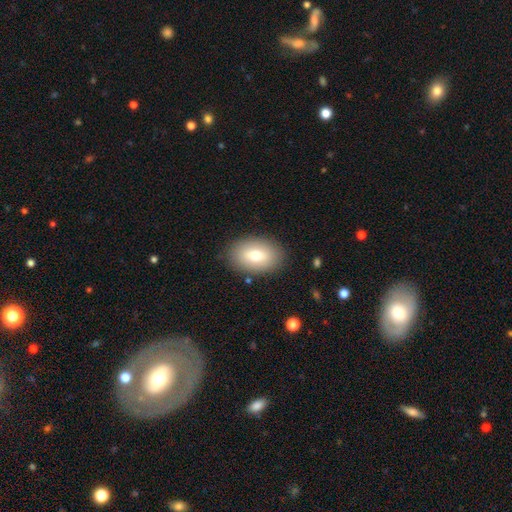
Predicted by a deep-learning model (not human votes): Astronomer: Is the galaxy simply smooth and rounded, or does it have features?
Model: smooth — 72%.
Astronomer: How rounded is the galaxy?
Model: in between — 84%.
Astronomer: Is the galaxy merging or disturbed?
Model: none — 87%.